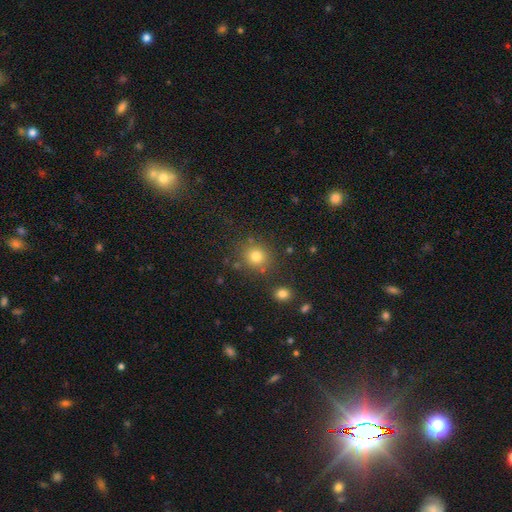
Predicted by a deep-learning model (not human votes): smooth_or_featured: smooth (p=0.79) [alt: star or artifact p=0.14]
how_rounded: round (p=0.87) [alt: in between p=0.12]
merging: none (p=0.80) [alt: minor disturbance p=0.09]